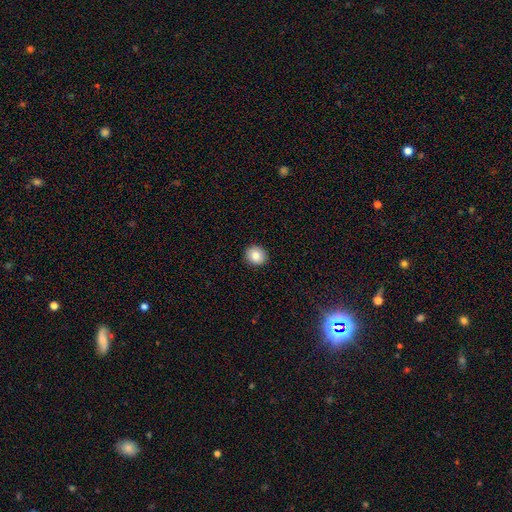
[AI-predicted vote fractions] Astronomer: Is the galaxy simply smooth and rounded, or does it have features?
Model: smooth — 84%.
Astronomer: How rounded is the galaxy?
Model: round — 80%.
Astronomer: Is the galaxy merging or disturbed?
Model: none — 92%.